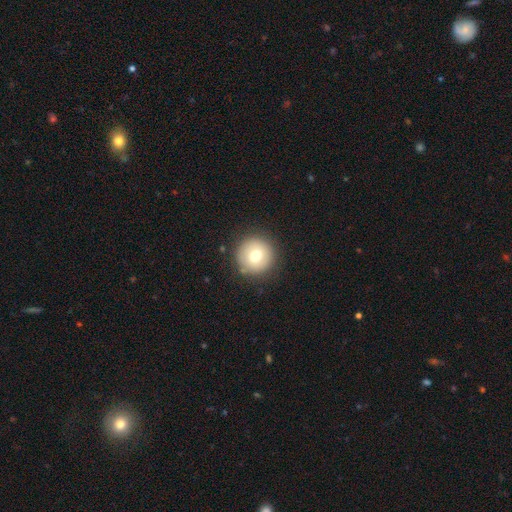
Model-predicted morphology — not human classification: The model was most divided on "smooth or featured": smooth: 71%, featured or disk: 18%, star or artifact: 10%. More confident: how rounded — round (96%); merging — none (88%).